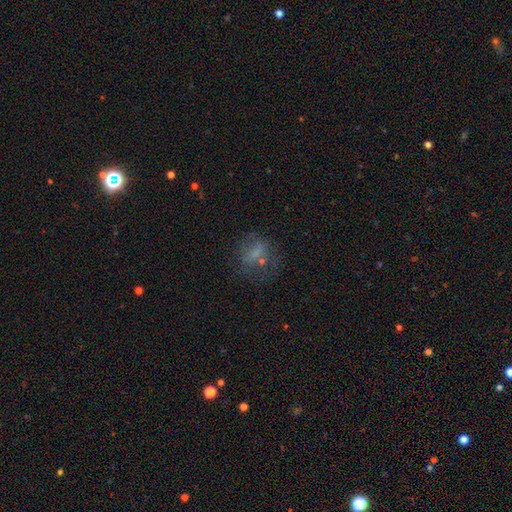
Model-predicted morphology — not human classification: This appears to be a smooth galaxy with no disk features (46%). Merging: none (60%).